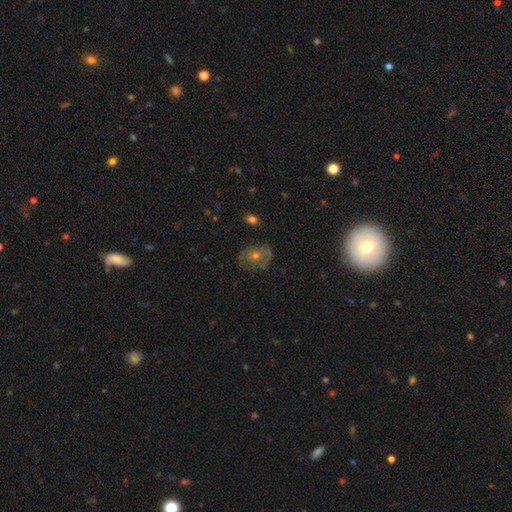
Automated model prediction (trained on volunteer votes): Q: Smooth or featured?
A: featured or disk (57%); runner-up: smooth (27%)
Q: Edge-on disk?
A: no (95%); runner-up: yes (5%)
Q: Bar?
A: no (76%); runner-up: weak (19%)
Q: Spiral arms?
A: yes (61%); runner-up: no (39%)
Q: Bulge size?
A: moderate (62%); runner-up: small (31%)
Q: Merging?
A: none (76%); runner-up: minor disturbance (15%)